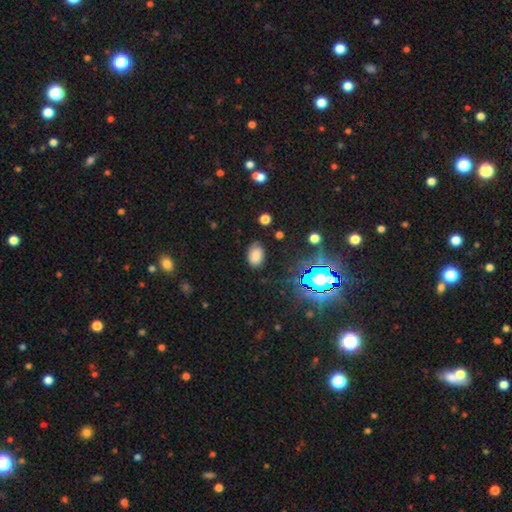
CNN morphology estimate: smooth-or-featured: smooth: 76% | star or artifact: 16% | featured or disk: 8%
  how-rounded: in between: 85% | round: 13% | cigar-shaped: 1%
  merging: none: 75% | minor disturbance: 19% | major disturbance: 4% | merger: 2%